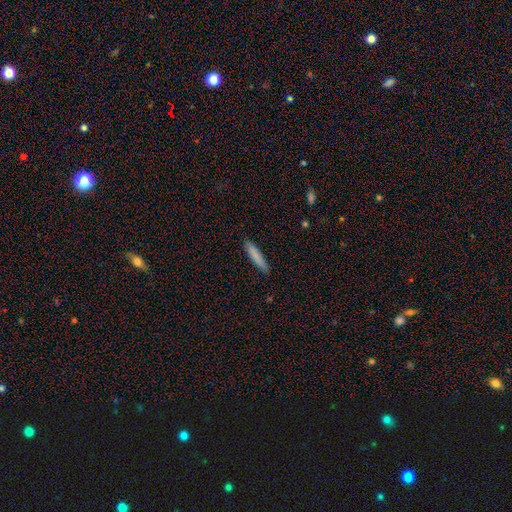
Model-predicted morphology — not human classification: Smooth or featured? Predicted: smooth (p=0.82). How rounded? Predicted: cigar-shaped (p=0.90). Merging? Predicted: none (p=0.87).